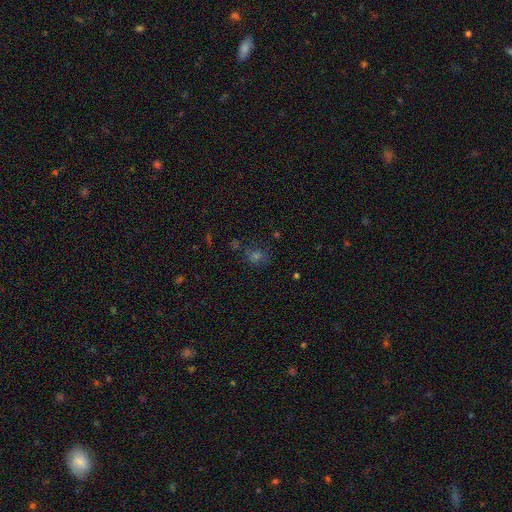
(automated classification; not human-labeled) Q: Smooth or featured?
A: star or artifact (43%); runner-up: smooth (40%)